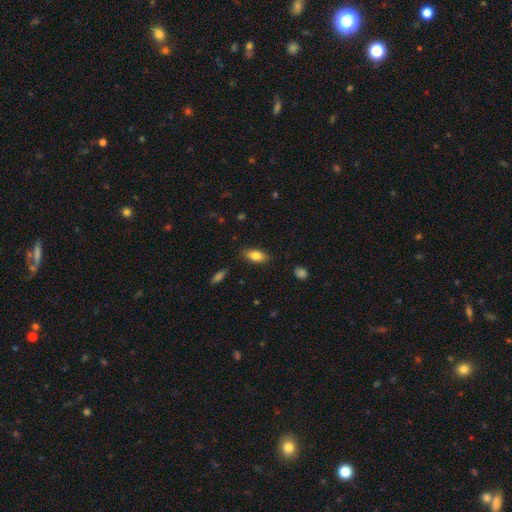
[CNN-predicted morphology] A smooth galaxy with no disk features (81%) that is in between round and cigar-shaped (87%).

Vote fractions:
- Smooth or featured? smooth: 81% / featured or disk: 11% / star or artifact: 7%
- How rounded? in between: 87% / cigar-shaped: 9% / round: 4%
- Merging? none: 85% / minor disturbance: 11% / major disturbance: 3% / merger: 1%